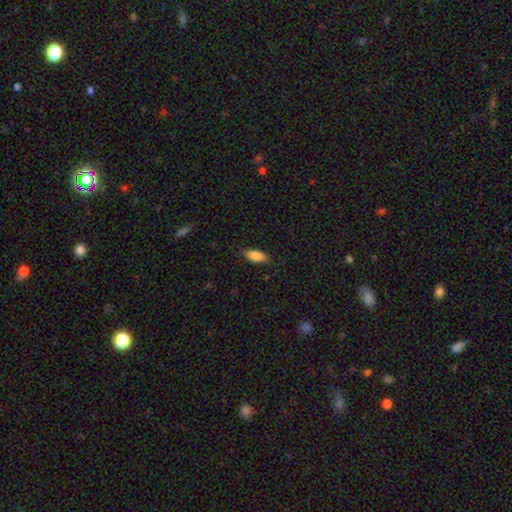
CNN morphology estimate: type=smooth (86%); roundness=in between (85%); merging=none (83%).